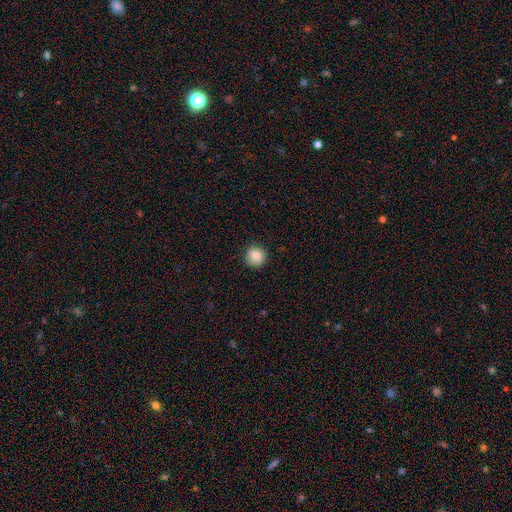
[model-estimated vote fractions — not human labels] This appears to be a smooth galaxy with no disk features (85%) that is round (90%). Merging: none (80%).